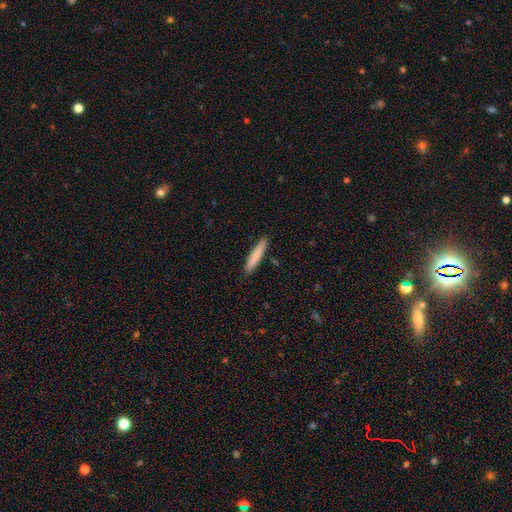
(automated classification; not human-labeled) smooth 80%, featured or disk 14%, star or artifact 6%. Down the decision tree: how rounded — cigar-shaped (91%); merging — none (89%).